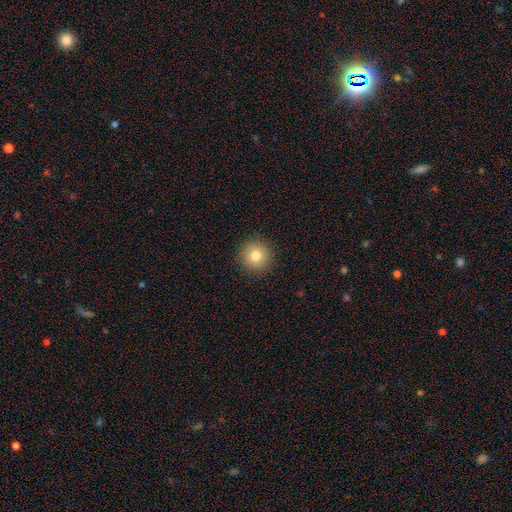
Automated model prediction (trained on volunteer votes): Morphology: type=smooth (80%); roundness=round (95%); merging=none (92%).